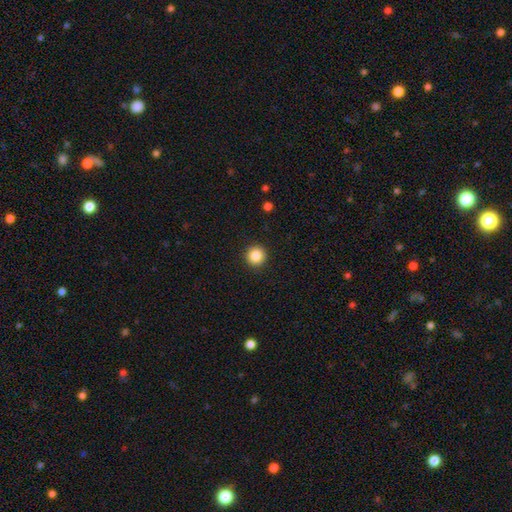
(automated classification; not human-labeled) smooth-or-featured: smooth: 85% | star or artifact: 10% | featured or disk: 5%
  how-rounded: round: 95% | in between: 4% | cigar-shaped: 1%
  merging: none: 93% | minor disturbance: 5% | major disturbance: 2% | merger: 1%